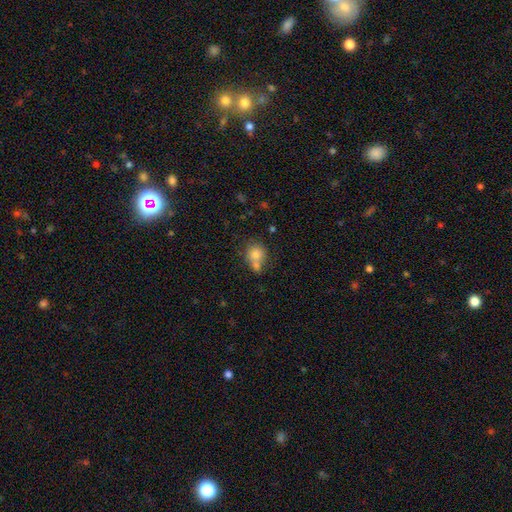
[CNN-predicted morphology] This is likely a smooth galaxy (77%). How rounded: likely round (76%). Merging: marginally none (42%).